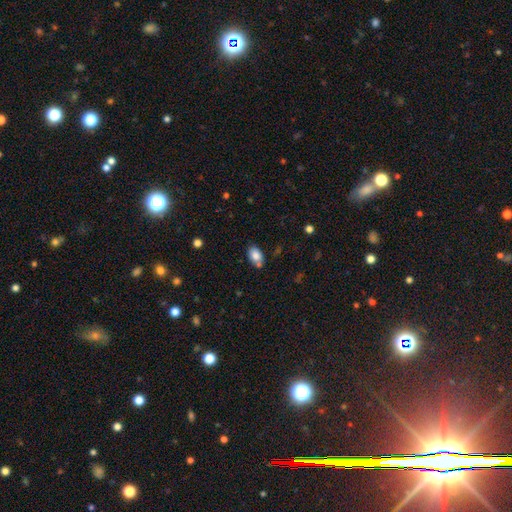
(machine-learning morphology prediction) type=smooth (84%); roundness=in between (88%); merging=none (70%).